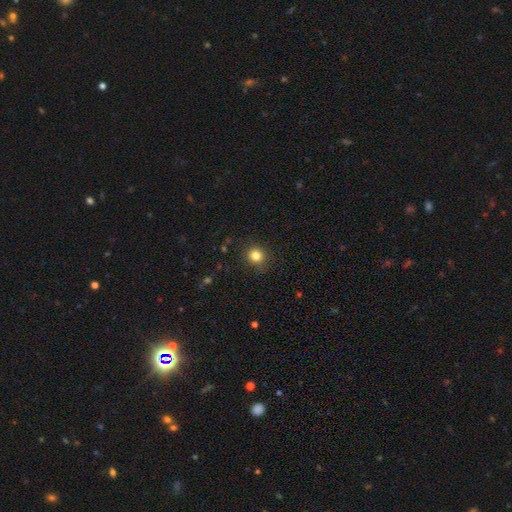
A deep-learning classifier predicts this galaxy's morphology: Smooth or featured? Predicted: smooth (p=0.82). How rounded? Predicted: round (p=0.87). Merging? Predicted: none (p=0.88).